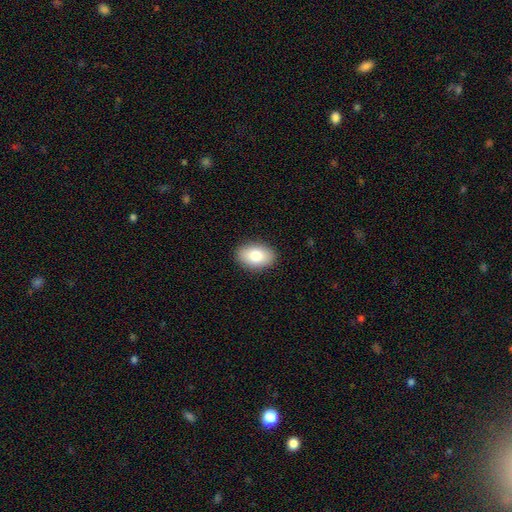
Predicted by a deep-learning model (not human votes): Smooth or featured? smooth (82%)
How rounded? in between (87%)
Merging? none (89%)